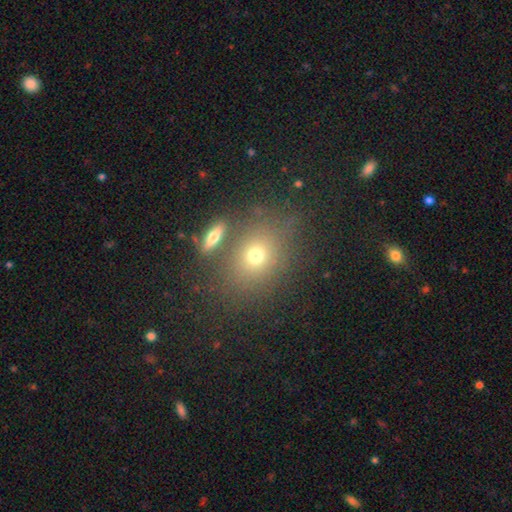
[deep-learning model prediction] A smooth galaxy with no disk features (68%) that is round (53%). Merging: none (72%).